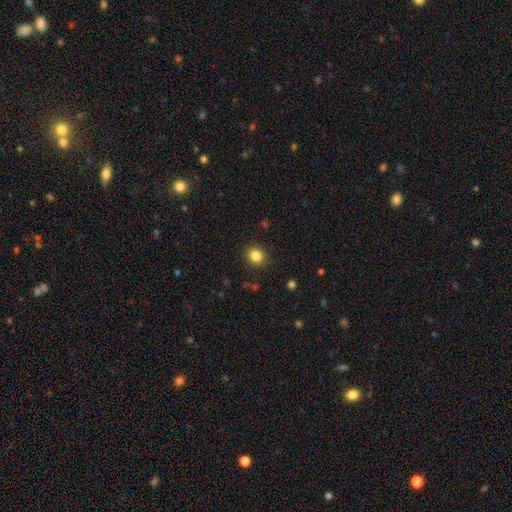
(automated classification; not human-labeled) This appears to be a smooth galaxy with no disk features (84%) that is round (83%). Merging: none (90%).